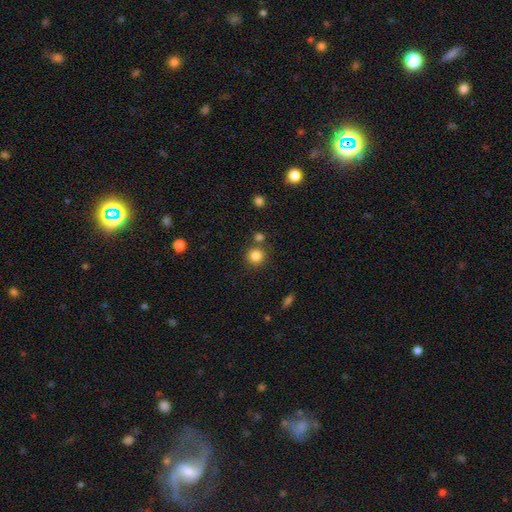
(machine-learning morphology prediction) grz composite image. It shows a smooth galaxy with no disk features (84%) that is round (93%). Merging: none (77%).